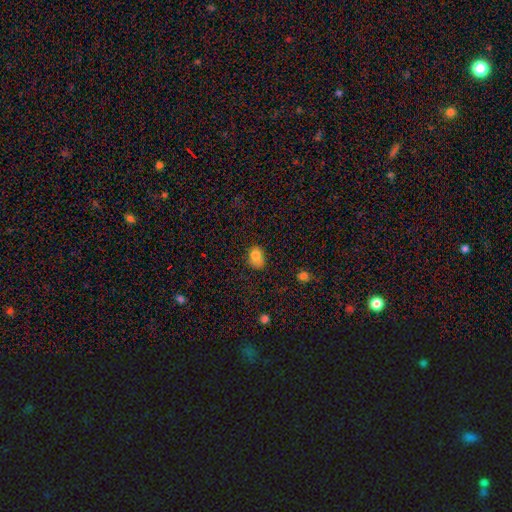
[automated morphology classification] Smooth or featured? Predicted: smooth (p=0.80). How rounded? Predicted: in between (p=0.67). Merging? Predicted: none (p=0.52).